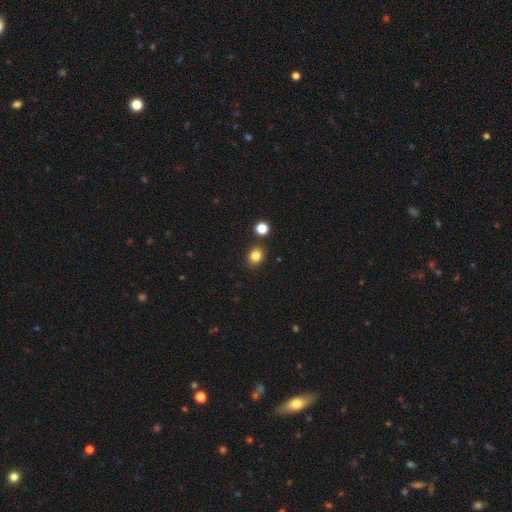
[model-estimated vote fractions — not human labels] Q: Smooth or featured?
A: smooth (83%); runner-up: star or artifact (12%)
Q: How rounded?
A: round (67%); runner-up: in between (32%)
Q: Merging?
A: none (86%); runner-up: minor disturbance (8%)